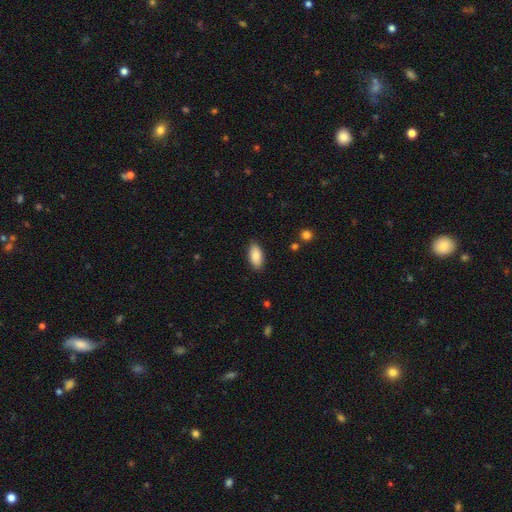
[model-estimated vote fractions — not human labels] smooth 88%, star or artifact 6%, featured or disk 6%. Down the decision tree: how rounded — in between (92%); merging — none (88%).